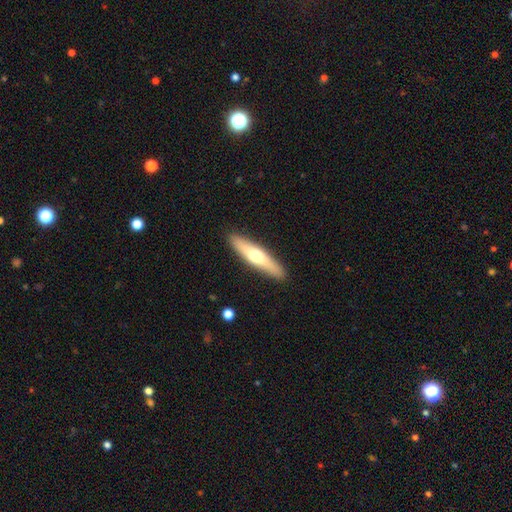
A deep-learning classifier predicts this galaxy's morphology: Smooth or featured? smooth (51%)
How rounded? cigar-shaped (82%)
Merging? none (90%)